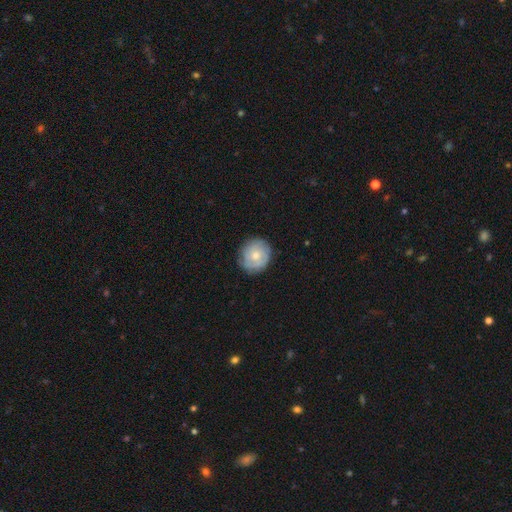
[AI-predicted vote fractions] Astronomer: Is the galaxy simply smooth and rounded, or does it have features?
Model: smooth — 48% (runner-up: featured or disk, 45%).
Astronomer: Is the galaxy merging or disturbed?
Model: none — 81%.